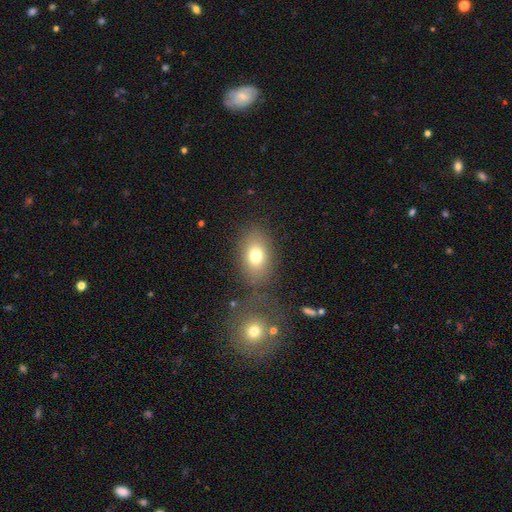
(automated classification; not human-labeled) Smooth or featured? Predicted: smooth (p=0.75). How rounded? Predicted: in between (p=0.80). Merging? Predicted: none (p=0.75).